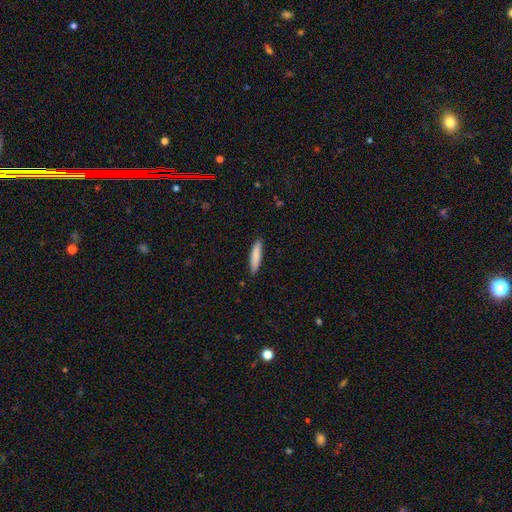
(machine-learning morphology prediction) type=smooth (84%); roundness=cigar-shaped (84%); merging=none (88%).